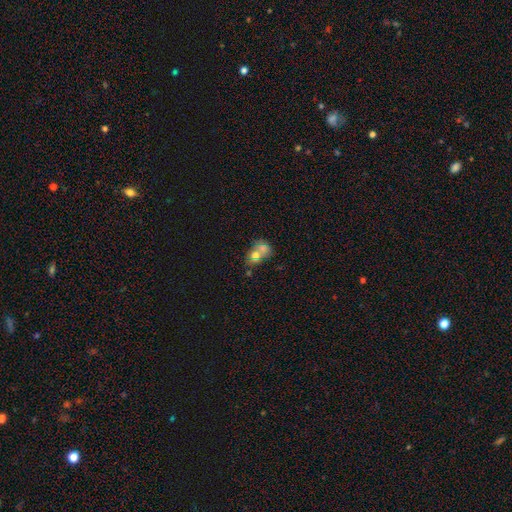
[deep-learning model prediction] smooth_or_featured: smooth (p=0.53) [alt: featured or disk p=0.29]
how_rounded: in between (p=0.53) [alt: round p=0.46]
merging: merger (p=0.47) [alt: none p=0.33]